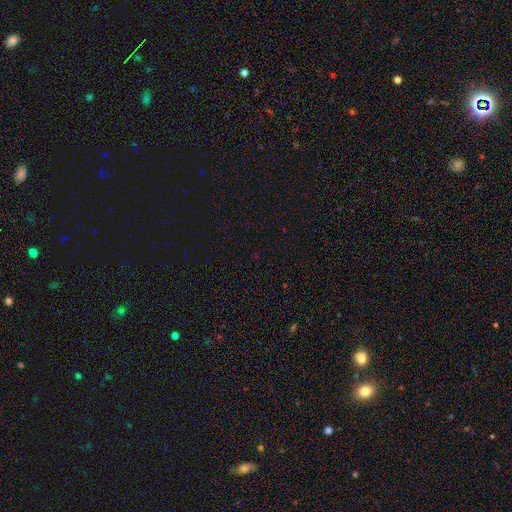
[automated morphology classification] type=star or artifact (67%).